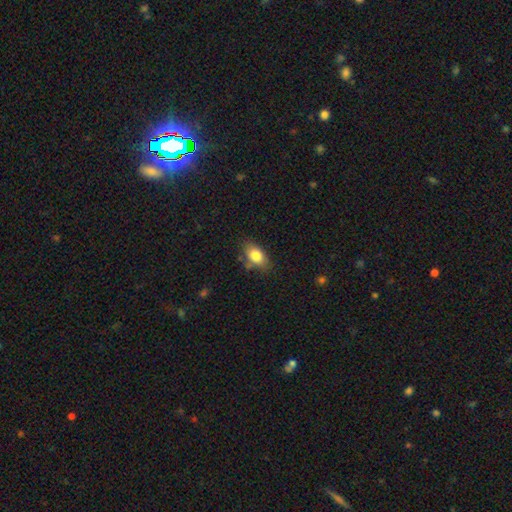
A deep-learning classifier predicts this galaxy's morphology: smooth-or-featured: smooth: 82% | featured or disk: 10% | star or artifact: 8%
  how-rounded: in between: 85% | round: 13% | cigar-shaped: 2%
  merging: none: 72% | minor disturbance: 20% | major disturbance: 4% | merger: 3%